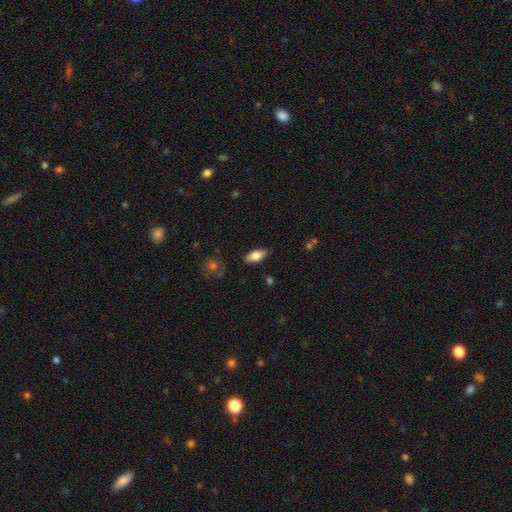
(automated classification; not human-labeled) A smooth galaxy with no disk features (67%) that is in between round and cigar-shaped (82%). Merging: none (82%).